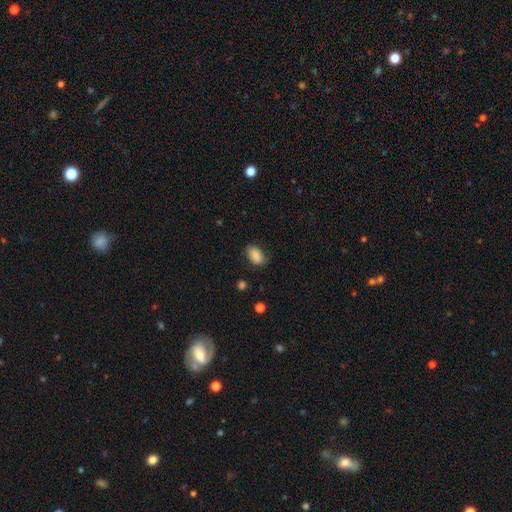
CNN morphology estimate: Smooth or featured? smooth (85%)
How rounded? in between (89%)
Merging? none (76%)